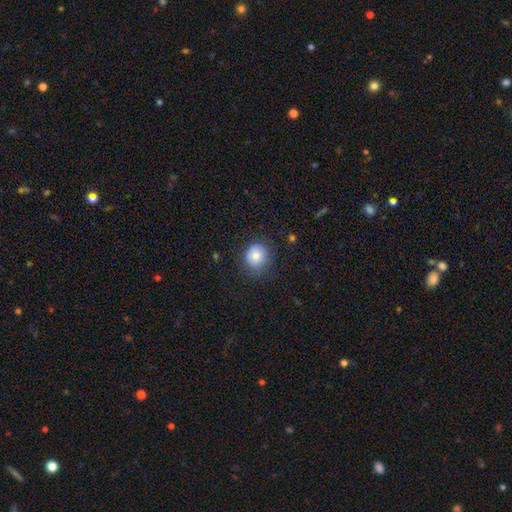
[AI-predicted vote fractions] A smooth galaxy with no disk features (82%) that is round (80%). Merging: none (75%).